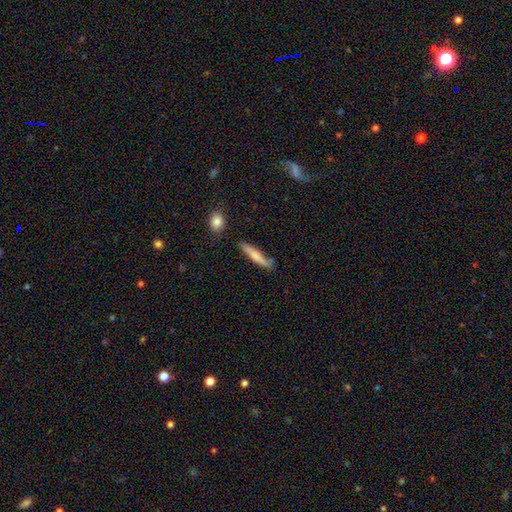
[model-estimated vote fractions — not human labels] smooth_or_featured: smooth (p=0.70) [alt: featured or disk p=0.24]
how_rounded: cigar-shaped (p=0.90) [alt: in between p=0.08]
merging: none (p=0.74) [alt: minor disturbance p=0.18]